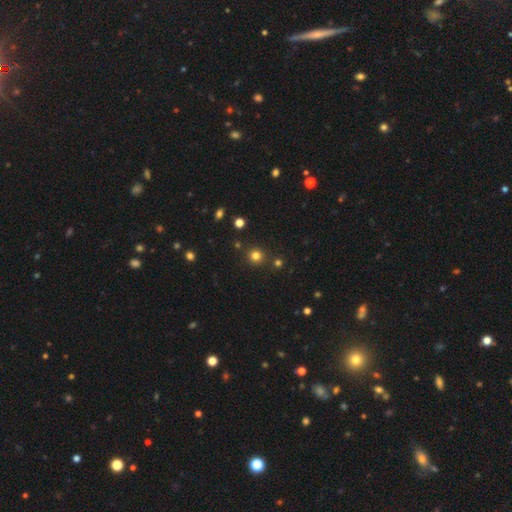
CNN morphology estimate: A smooth galaxy with no disk features (78%) that is round (92%).

Vote fractions:
- Smooth or featured? smooth: 78% / star or artifact: 17% / featured or disk: 5%
- How rounded? round: 92% / in between: 7% / cigar-shaped: 1%
- Merging? none: 85% / minor disturbance: 7% / merger: 5% / major disturbance: 3%